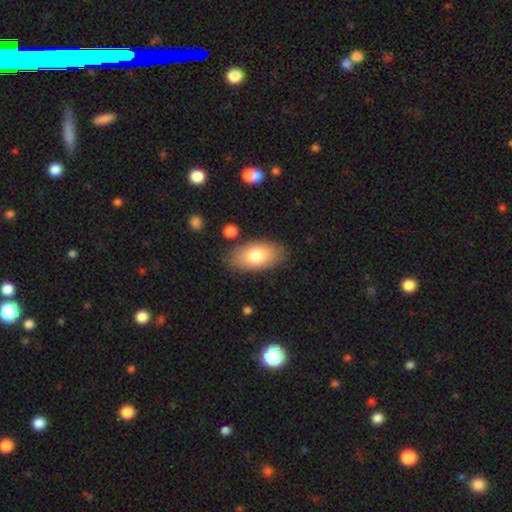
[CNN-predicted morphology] smooth-or-featured: smooth: 76% | featured or disk: 18% | star or artifact: 7%
  how-rounded: in between: 93% | round: 4% | cigar-shaped: 3%
  merging: none: 82% | minor disturbance: 12% | major disturbance: 3% | merger: 3%